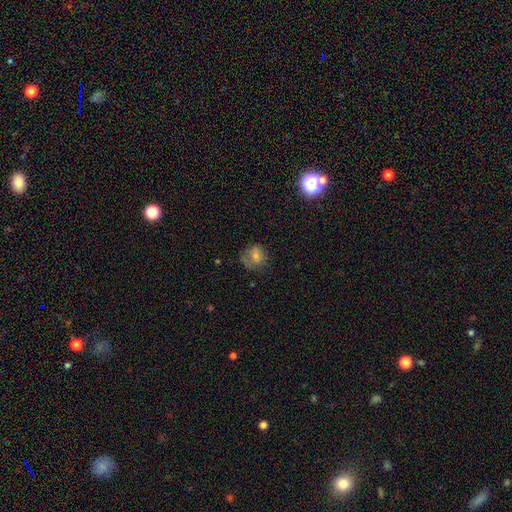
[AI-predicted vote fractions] Overall: smooth (56%; featured or disk 23%). How rounded: round (71%). Merging: none (60%; minor disturbance 23%).